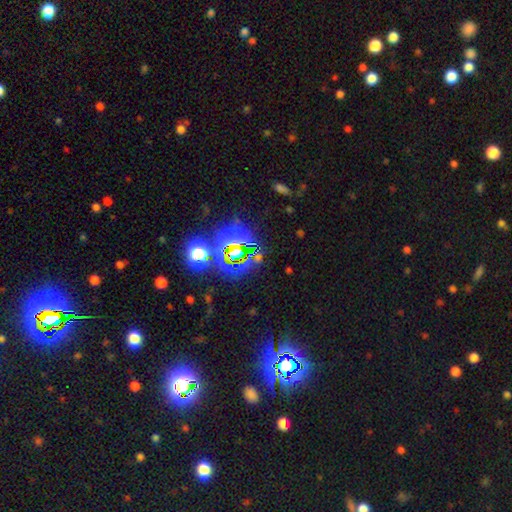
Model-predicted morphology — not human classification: A star or artifact, not a galaxy (75%).

Vote fractions:
- Smooth or featured? star or artifact: 75% / smooth: 14% / featured or disk: 10%